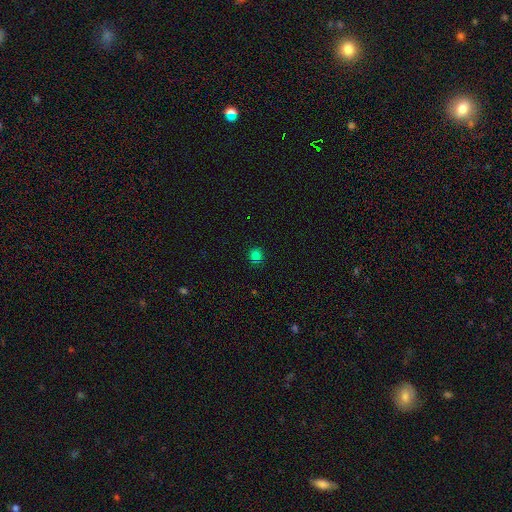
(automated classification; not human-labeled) Q: Smooth or featured?
A: smooth (78%); runner-up: star or artifact (19%)
Q: How rounded?
A: round (91%); runner-up: in between (8%)
Q: Merging?
A: none (88%); runner-up: minor disturbance (8%)